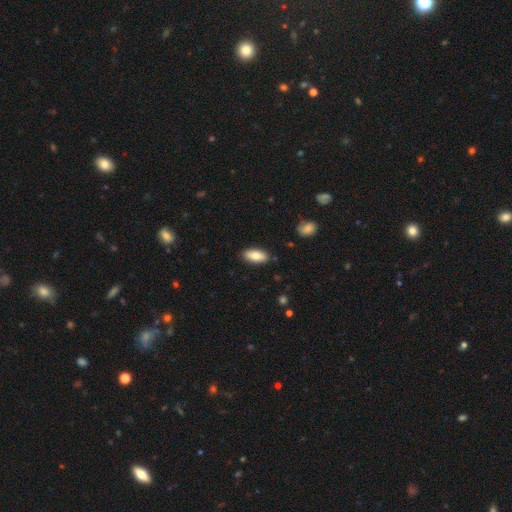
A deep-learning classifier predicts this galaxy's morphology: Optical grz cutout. It shows a smooth galaxy with no disk features (81%) that is in between round and cigar-shaped (88%). Merging: none (88%).